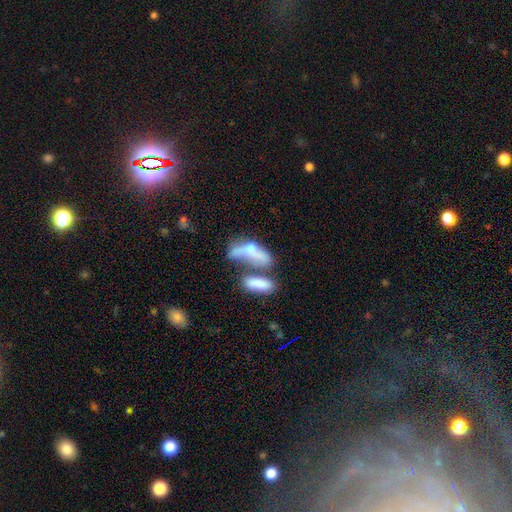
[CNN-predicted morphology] smooth 49%, featured or disk 36%, star or artifact 15%. Down the decision tree: merging — merger (56%).